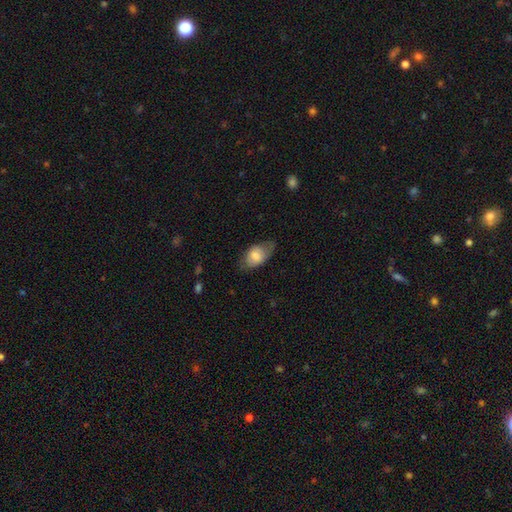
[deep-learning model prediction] Overall: smooth (73%). How rounded: in between (89%). Merging: none (60%; minor disturbance 27%).